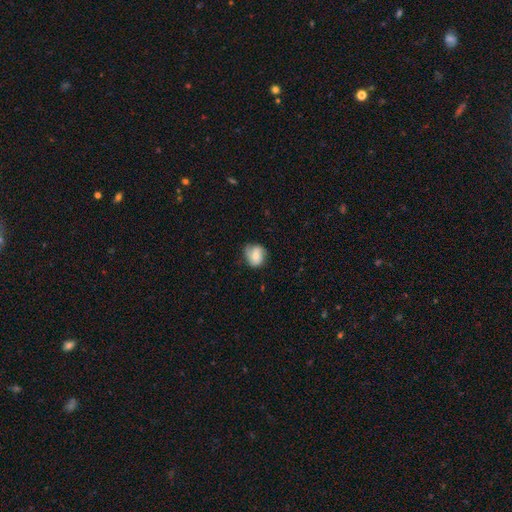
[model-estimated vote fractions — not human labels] smooth_or_featured: smooth (p=0.54) [alt: featured or disk p=0.38]
how_rounded: round (p=0.65) [alt: in between p=0.34]
merging: none (p=0.58) [alt: minor disturbance p=0.31]